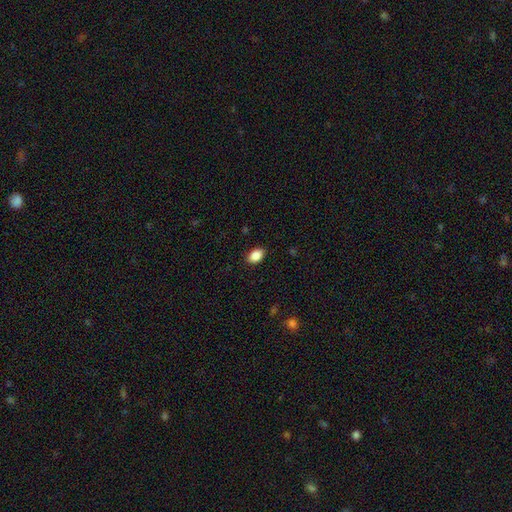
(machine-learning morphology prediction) smooth_or_featured: smooth (p=0.89) [alt: star or artifact p=0.08]
how_rounded: in between (p=0.88) [alt: round p=0.11]
merging: none (p=0.88) [alt: minor disturbance p=0.09]